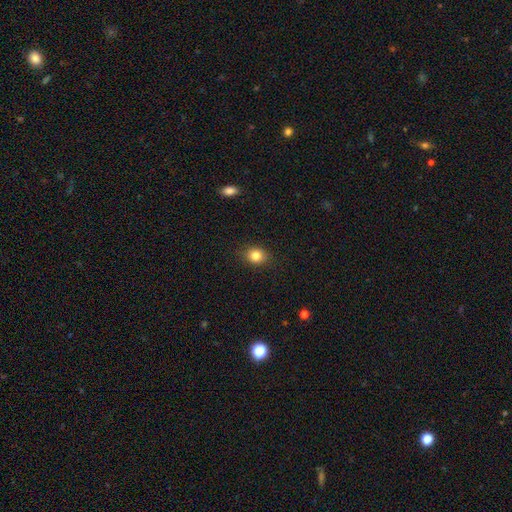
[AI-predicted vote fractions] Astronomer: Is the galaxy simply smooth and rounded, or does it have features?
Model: smooth — 83%.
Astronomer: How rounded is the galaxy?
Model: round — 57% (runner-up: in between, 42%).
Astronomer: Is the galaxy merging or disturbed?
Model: none — 87%.